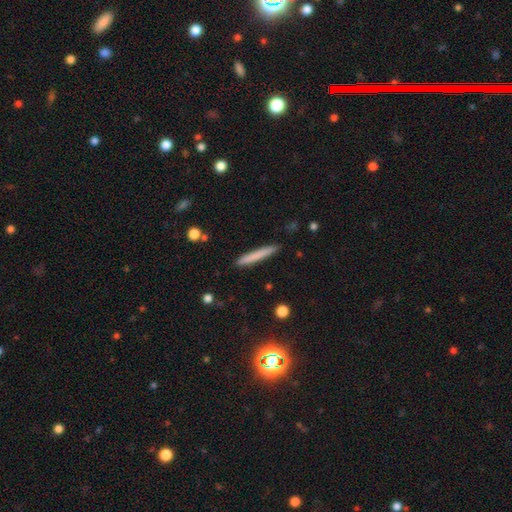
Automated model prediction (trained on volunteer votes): smooth-or-featured: smooth: 75% | featured or disk: 19% | star or artifact: 6%
  how-rounded: cigar-shaped: 96% | in between: 3% | round: 1%
  merging: none: 89% | minor disturbance: 8% | major disturbance: 2% | merger: 1%